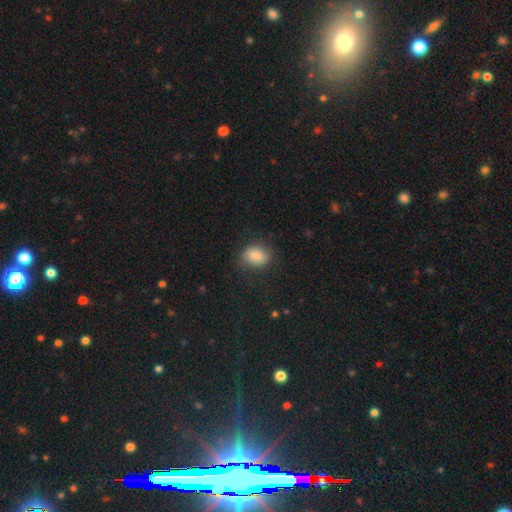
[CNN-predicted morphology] This is clearly a smooth galaxy (82%). How rounded: possibly in between (52%). Merging: likely none (71%).